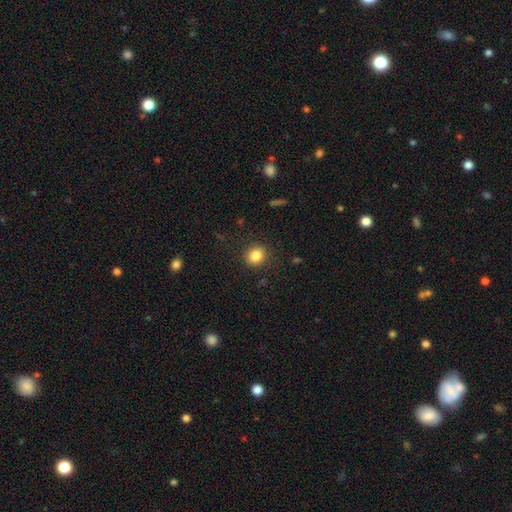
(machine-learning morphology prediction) Q: Smooth or featured?
A: smooth (85%); runner-up: star or artifact (10%)
Q: How rounded?
A: round (76%); runner-up: in between (23%)
Q: Merging?
A: none (89%); runner-up: minor disturbance (7%)